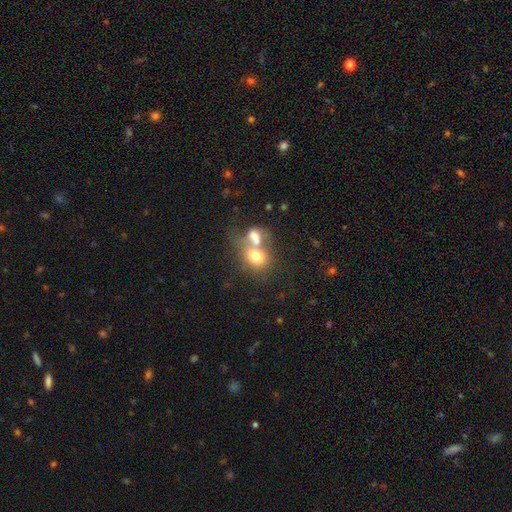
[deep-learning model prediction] Morphology: type=smooth (70%); roundness=round (56%); merging=merger (66%).